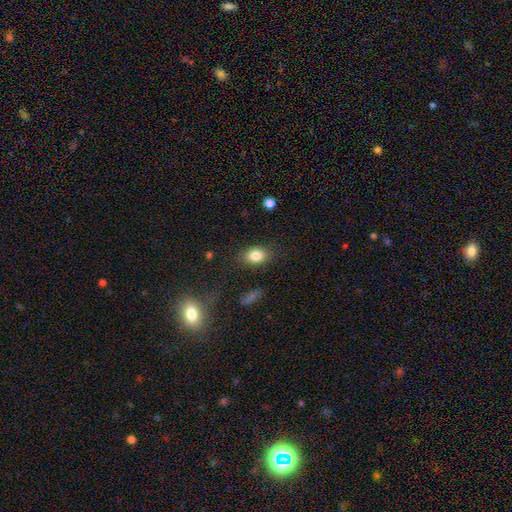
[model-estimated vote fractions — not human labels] Smooth or featured: smooth — 82% (star or artifact — 9%)
How rounded: in between — 74% (round — 24%)
Merging: none — 83% (minor disturbance — 12%)